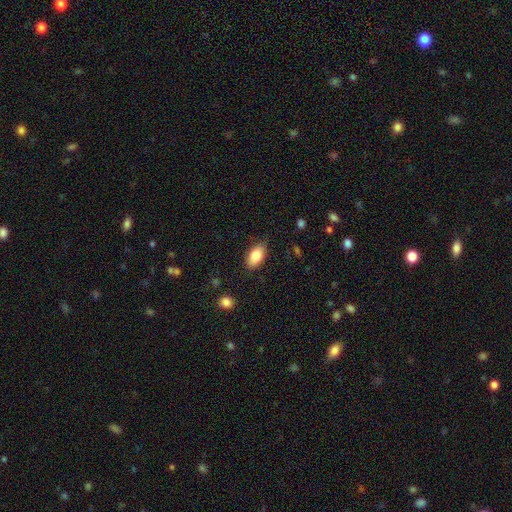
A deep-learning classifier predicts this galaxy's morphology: Smooth or featured? Predicted: smooth (p=0.85). How rounded? Predicted: in between (p=0.92). Merging? Predicted: none (p=0.80).